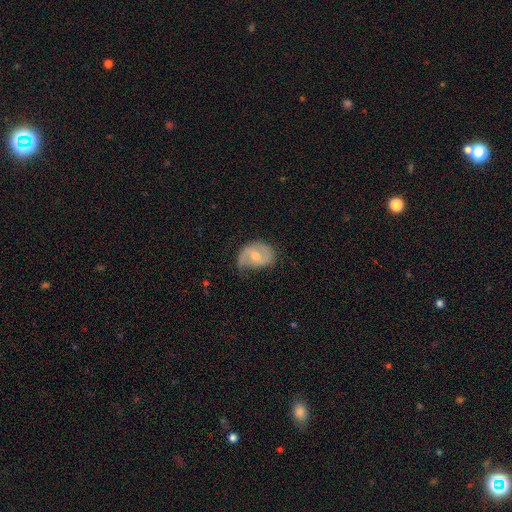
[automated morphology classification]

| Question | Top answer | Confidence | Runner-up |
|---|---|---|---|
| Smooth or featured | featured or disk | 60% | smooth (34%) |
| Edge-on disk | no | 97% | yes (3%) |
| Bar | weak | 47% | no (38%) |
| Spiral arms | yes | 78% | no (22%) |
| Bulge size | moderate | 58% | small (37%) |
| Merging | none | 45% | minor disturbance (37%) |